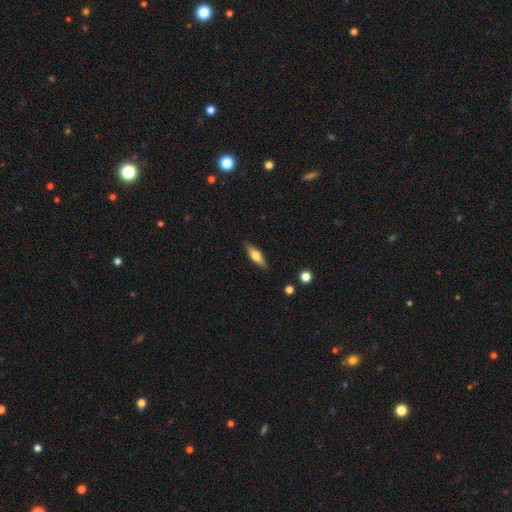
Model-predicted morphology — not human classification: type=smooth (55%); roundness=cigar-shaped (52%); merging=none (87%).